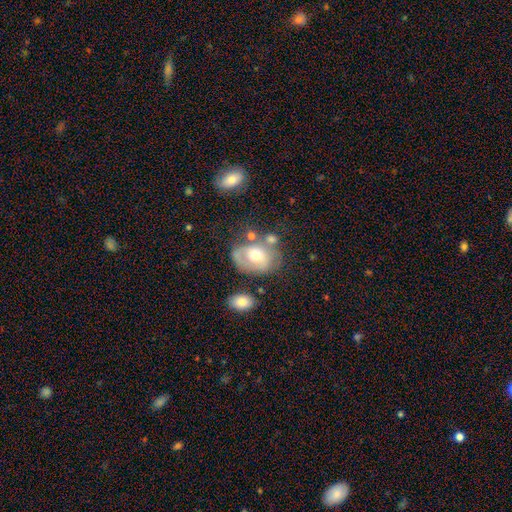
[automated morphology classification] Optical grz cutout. It shows a smooth galaxy with no disk features (47%). Merging: none (44%).